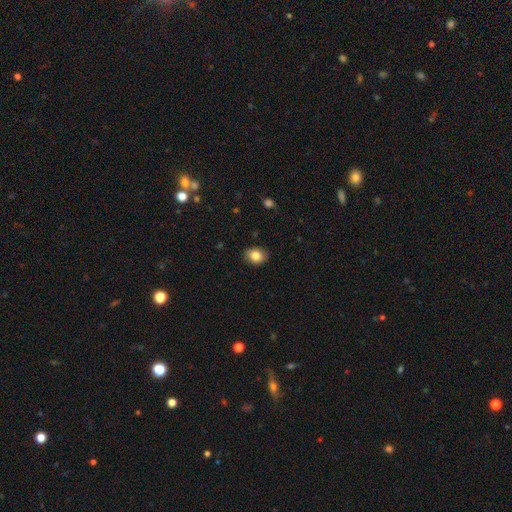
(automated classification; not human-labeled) Smooth or featured: smooth — 84% (star or artifact — 9%)
How rounded: round — 50% (in between — 49%)
Merging: none — 86% (minor disturbance — 11%)